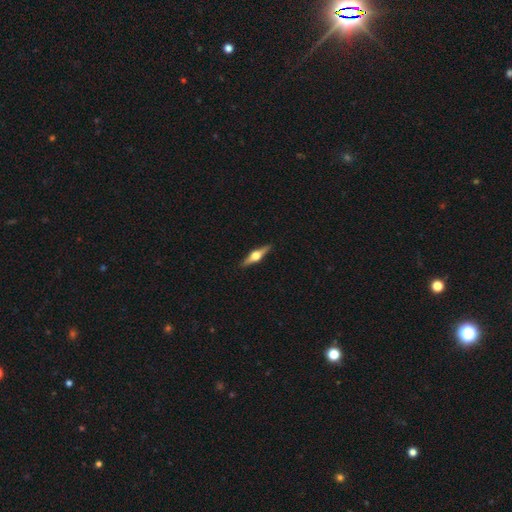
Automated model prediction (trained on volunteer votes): Overall: featured or disk (74%). Edge-on disk: yes (97%). Edge-on bulge: rounded (96%). Merging: none (91%).